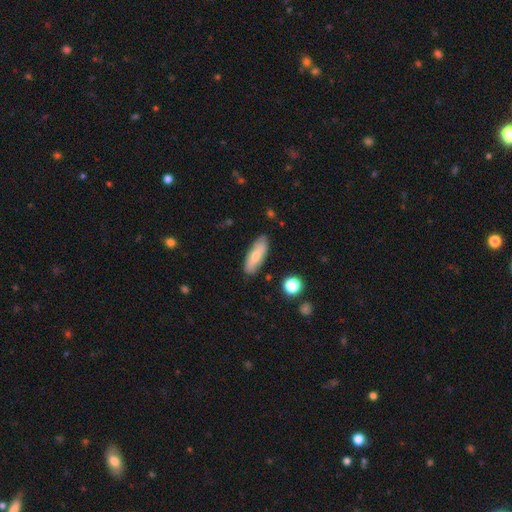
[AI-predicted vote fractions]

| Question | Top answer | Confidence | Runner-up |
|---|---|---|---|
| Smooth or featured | smooth | 65% | featured or disk (29%) |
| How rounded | in between | 67% | cigar-shaped (30%) |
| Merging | none | 81% | minor disturbance (14%) |